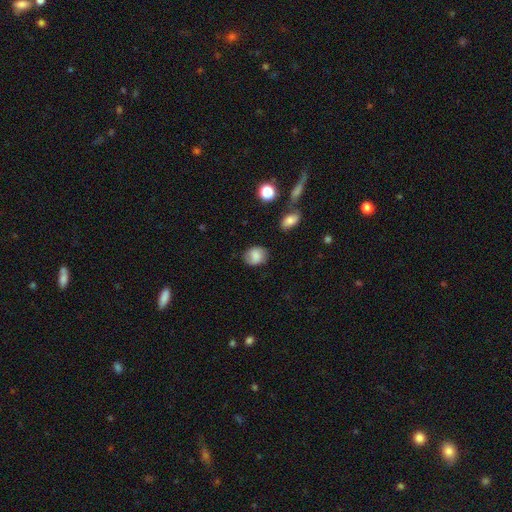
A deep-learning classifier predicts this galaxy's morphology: A smooth galaxy with no disk features (74%) that is round (57%).

Vote fractions:
- Smooth or featured? smooth: 74% / featured or disk: 17% / star or artifact: 9%
- How rounded? round: 57% / in between: 42% / cigar-shaped: 1%
- Merging? none: 73% / minor disturbance: 20% / major disturbance: 5% / merger: 2%